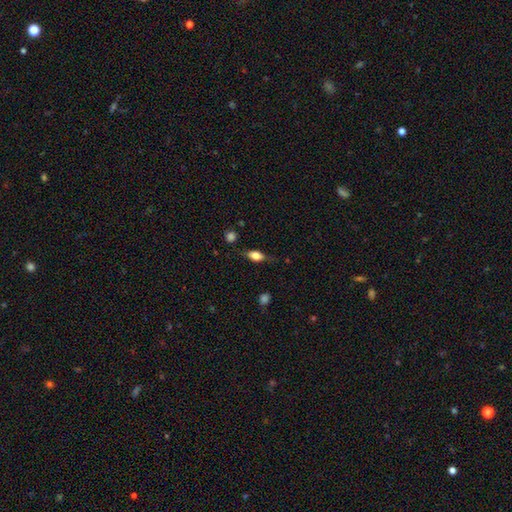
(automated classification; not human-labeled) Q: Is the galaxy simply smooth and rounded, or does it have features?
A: smooth — 61%.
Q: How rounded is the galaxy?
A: in between — 75%.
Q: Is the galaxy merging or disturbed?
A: none — 73%.